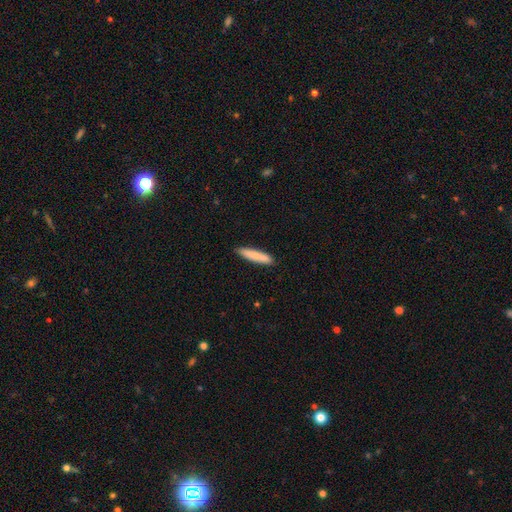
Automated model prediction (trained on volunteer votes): Smooth or featured? Predicted: smooth (p=0.85). How rounded? Predicted: cigar-shaped (p=0.87). Merging? Predicted: none (p=0.88).